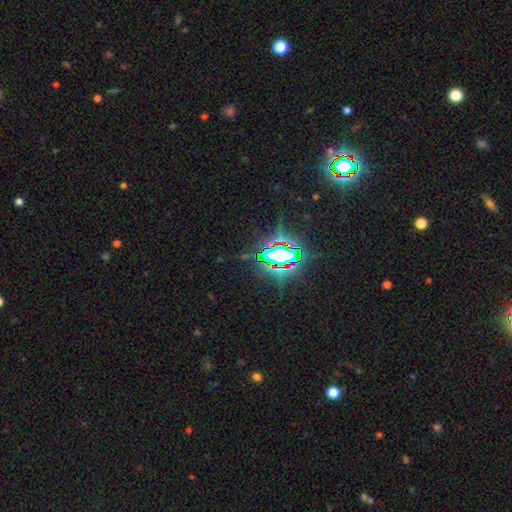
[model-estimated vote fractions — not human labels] Overall: star or artifact (78%).